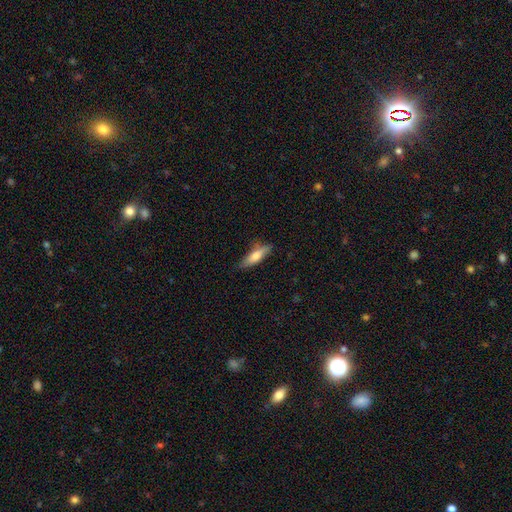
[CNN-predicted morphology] Smooth or featured?
  - smooth: 70% *
  - featured or disk: 24%
  - star or artifact: 6%
How rounded?
  - cigar-shaped: 61% *
  - in between: 37%
  - round: 2%
Merging?
  - none: 76% *
  - minor disturbance: 18%
  - major disturbance: 3%
  - merger: 2%